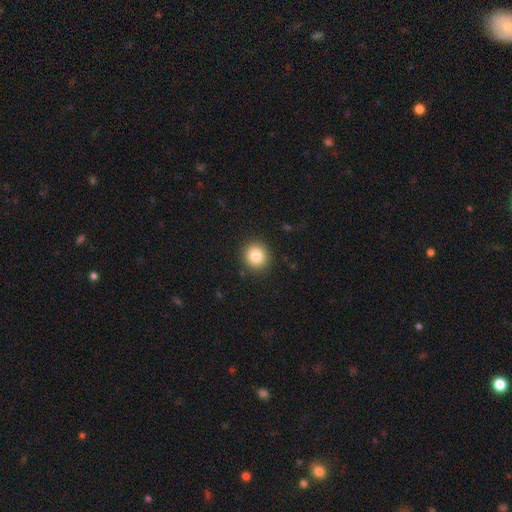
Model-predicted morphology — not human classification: smooth_or_featured: smooth (p=0.84) [alt: star or artifact p=0.10]
how_rounded: round (p=0.91) [alt: in between p=0.08]
merging: none (p=0.91) [alt: minor disturbance p=0.06]